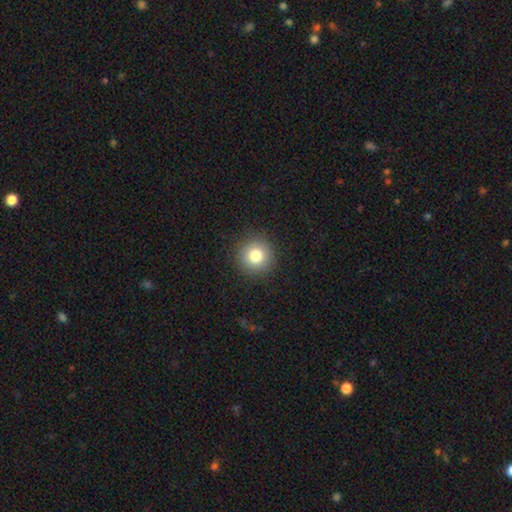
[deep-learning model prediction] Smooth or featured: smooth — 80% (star or artifact — 11%)
How rounded: round — 95% (in between — 4%)
Merging: none — 91% (minor disturbance — 6%)